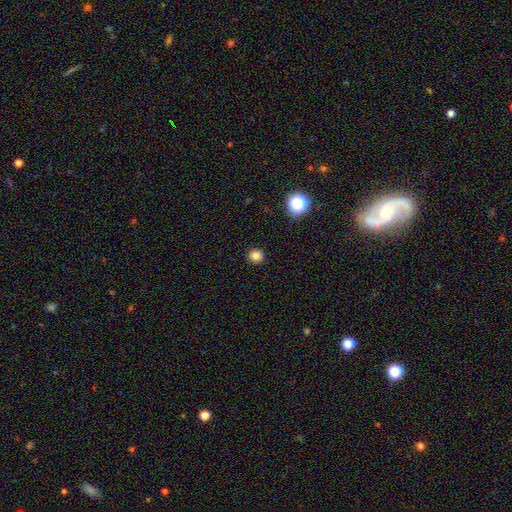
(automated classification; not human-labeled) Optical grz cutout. It shows a smooth galaxy with no disk features (82%) that is round (90%). Merging: none (92%).